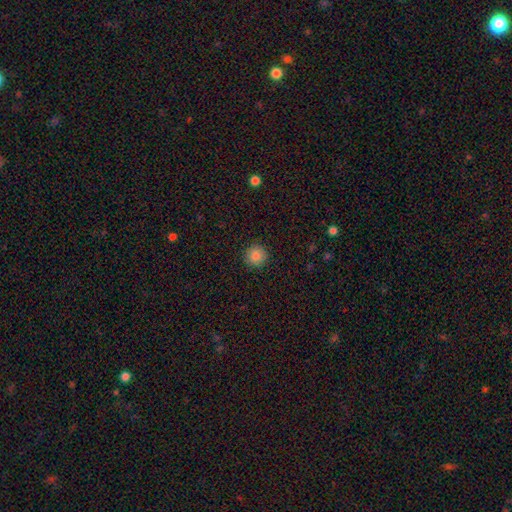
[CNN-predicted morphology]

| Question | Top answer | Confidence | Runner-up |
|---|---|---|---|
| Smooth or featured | smooth | 84% | star or artifact (10%) |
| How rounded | round | 95% | in between (4%) |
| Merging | none | 92% | minor disturbance (5%) |